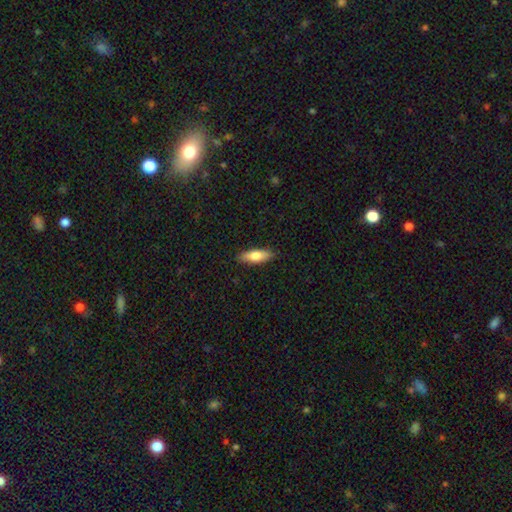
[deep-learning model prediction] smooth 73%, featured or disk 21%, star or artifact 6%. Down the decision tree: how rounded — in between (56%); merging — none (88%).